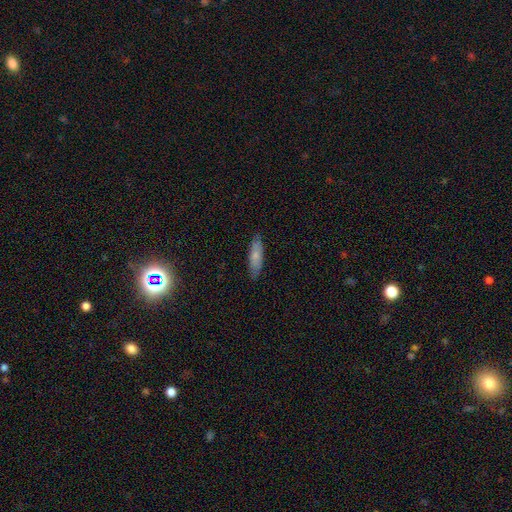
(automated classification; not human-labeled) This is likely a smooth galaxy (73%). How rounded: possibly cigar-shaped (53%). Merging: clearly none (83%).